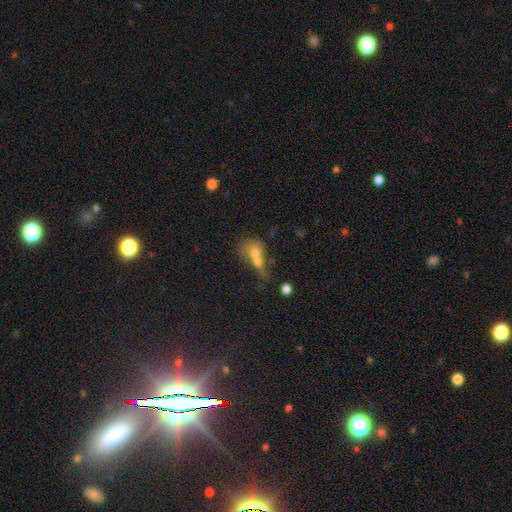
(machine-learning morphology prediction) The model was most divided on "how rounded": round: 50%, in between: 45%, cigar-shaped: 5%. More confident: merging — merger (70%); smooth or featured — smooth (63%).